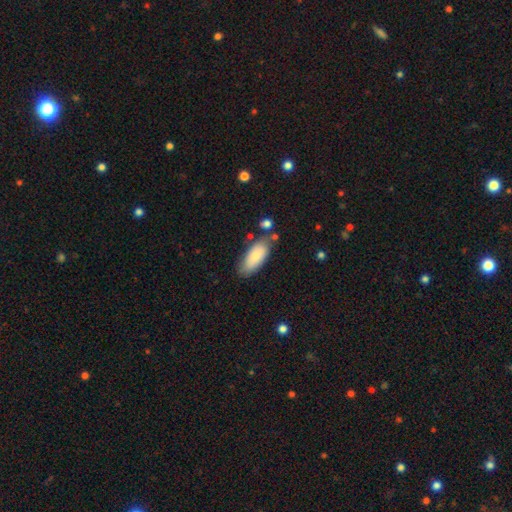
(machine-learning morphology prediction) Smooth or featured: smooth — 81% (featured or disk — 13%)
How rounded: in between — 85% (cigar-shaped — 14%)
Merging: none — 68% (minor disturbance — 20%)